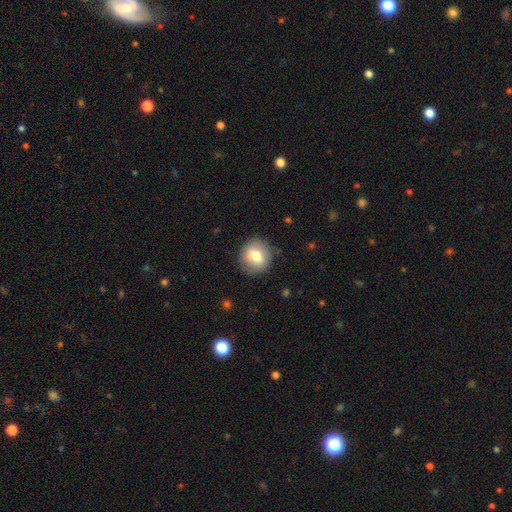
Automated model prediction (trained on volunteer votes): Smooth or featured?
  - smooth: 71% *
  - featured or disk: 20%
  - star or artifact: 8%
How rounded?
  - round: 84% *
  - in between: 15%
  - cigar-shaped: 1%
Merging?
  - none: 85% *
  - minor disturbance: 11%
  - major disturbance: 3%
  - merger: 1%